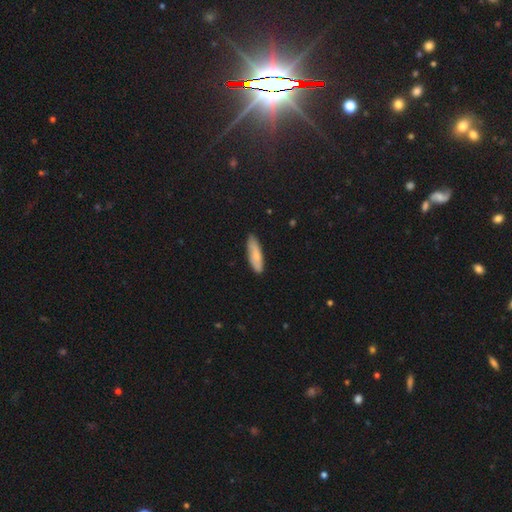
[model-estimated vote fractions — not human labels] A smooth galaxy with no disk features (77%) that is cigar-shaped (62%). Merging: none (84%).